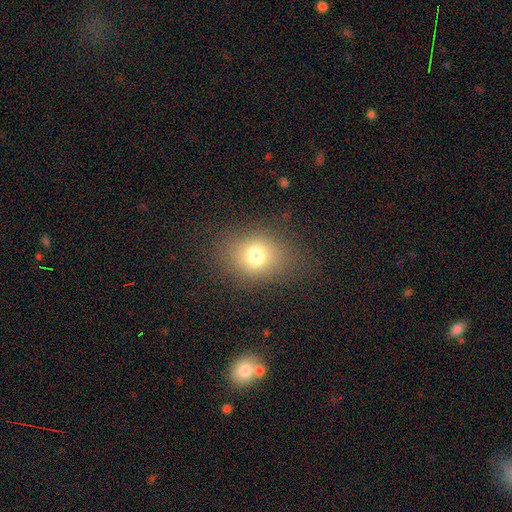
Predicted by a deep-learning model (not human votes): Morphology: type=smooth (74%); roundness=in between (50%); merging=none (79%).